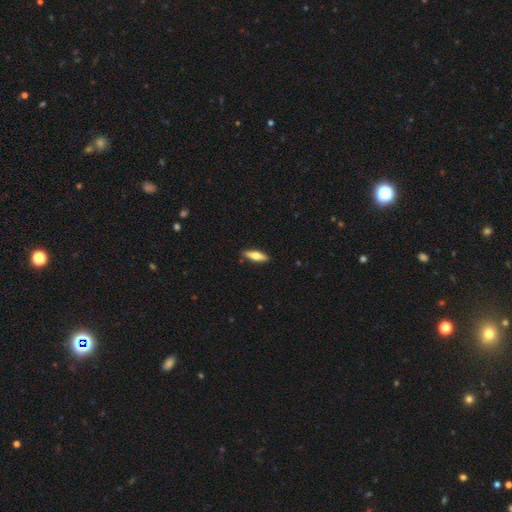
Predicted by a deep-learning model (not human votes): smooth 59%, featured or disk 35%, star or artifact 6%. Down the decision tree: how rounded — cigar-shaped (58%); merging — none (88%).